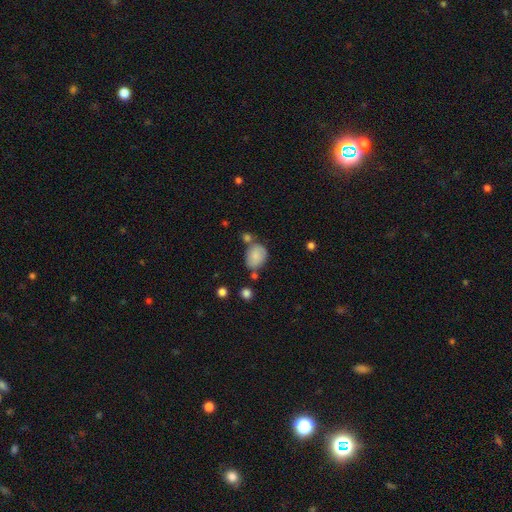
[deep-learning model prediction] Smooth or featured?
  - smooth: 83% *
  - featured or disk: 9%
  - star or artifact: 8%
How rounded?
  - in between: 65% *
  - round: 34%
  - cigar-shaped: 1%
Merging?
  - none: 57% *
  - minor disturbance: 21%
  - merger: 16%
  - major disturbance: 6%